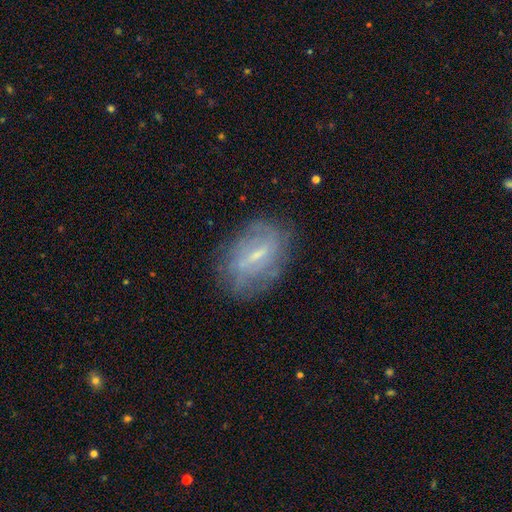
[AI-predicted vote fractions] Smooth or featured? Predicted: featured or disk (p=0.63). Edge-on disk? Predicted: no (p=0.92). Bar? Predicted: weak (p=0.51). Spiral arms? Predicted: yes (p=0.60). Bulge size? Predicted: small (p=0.62). Merging? Predicted: none (p=0.71).